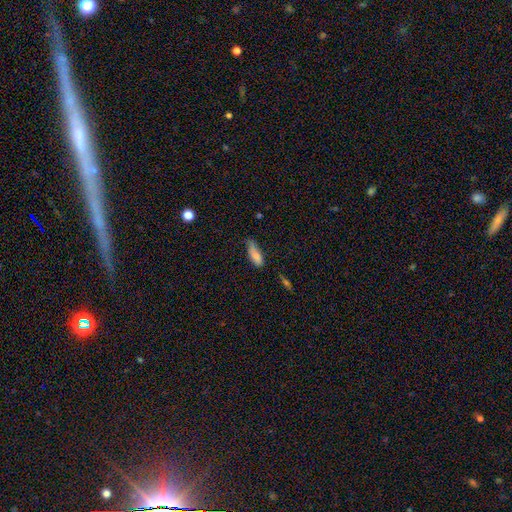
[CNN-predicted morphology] smooth_or_featured: smooth (p=0.83) [alt: featured or disk p=0.09]
how_rounded: in between (p=0.60) [alt: cigar-shaped p=0.38]
merging: none (p=0.52) [alt: minor disturbance p=0.37]